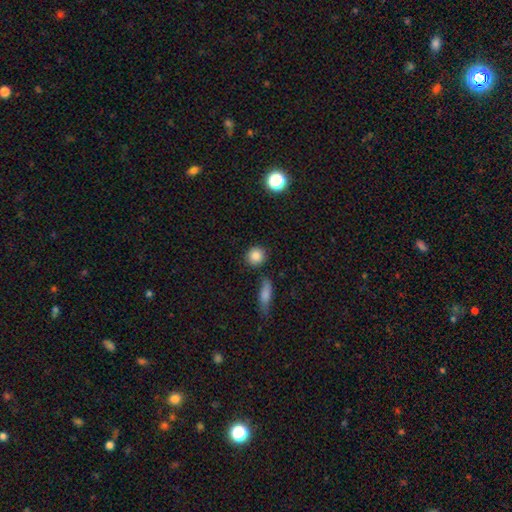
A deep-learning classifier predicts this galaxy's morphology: type=smooth (85%); roundness=round (88%); merging=none (82%).